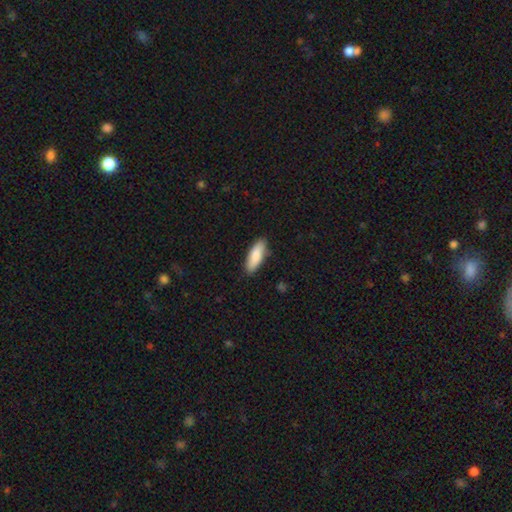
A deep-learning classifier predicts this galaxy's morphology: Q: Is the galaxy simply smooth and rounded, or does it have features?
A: smooth — 84%.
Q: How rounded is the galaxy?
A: in between — 65%.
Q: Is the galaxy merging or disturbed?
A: none — 85%.